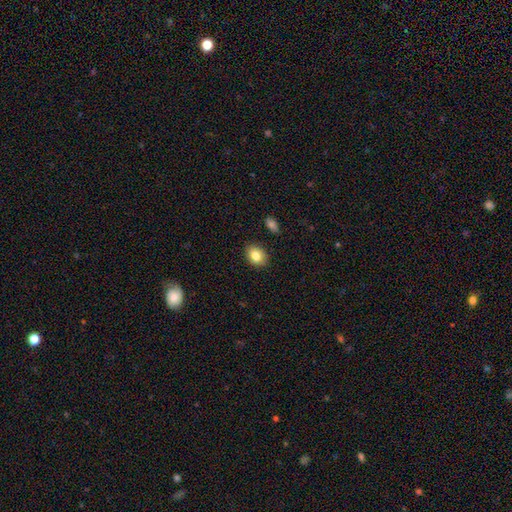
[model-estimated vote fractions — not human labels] A smooth galaxy with no disk features (82%) that is in between round and cigar-shaped (65%). Merging: none (88%).